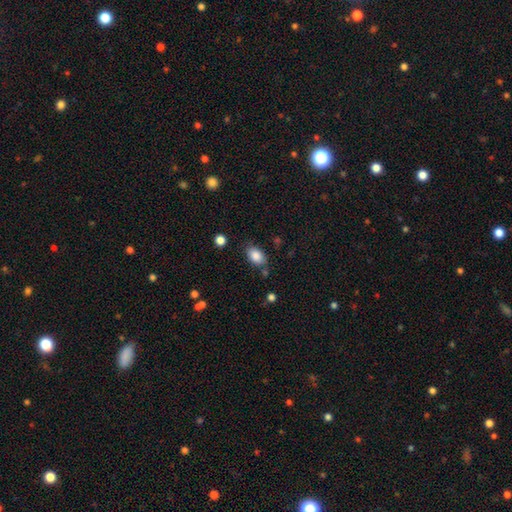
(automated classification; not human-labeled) Overall: smooth (86%). How rounded: in between (88%). Merging: none (75%).